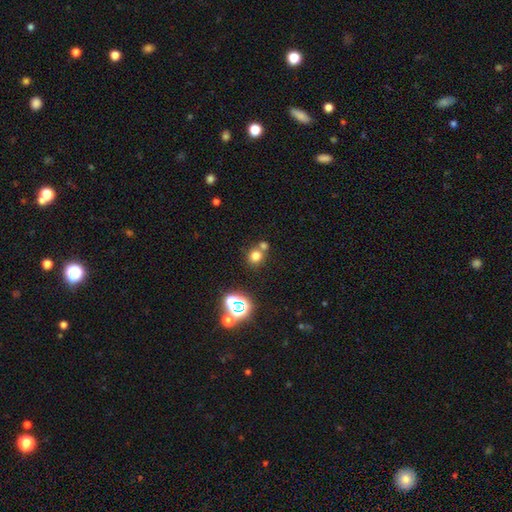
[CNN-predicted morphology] Smooth or featured? Predicted: smooth (p=0.72). How rounded? Predicted: round (p=0.85). Merging? Predicted: none (p=0.60).